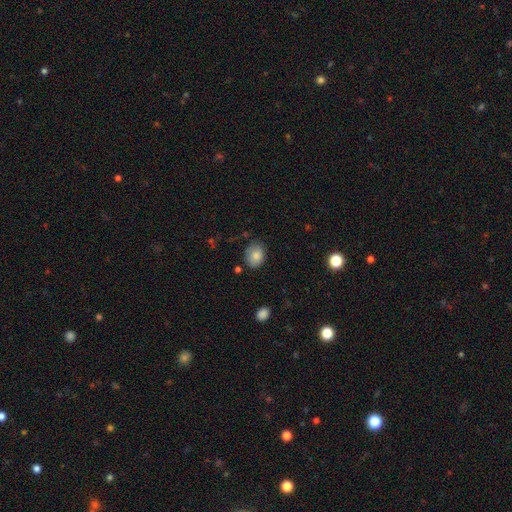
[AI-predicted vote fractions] A smooth galaxy with no disk features (83%) that is in between round and cigar-shaped (63%).

Vote fractions:
- Smooth or featured? smooth: 83% / featured or disk: 9% / star or artifact: 8%
- How rounded? in between: 63% / round: 36% / cigar-shaped: 1%
- Merging? none: 74% / minor disturbance: 19% / major disturbance: 4% / merger: 2%